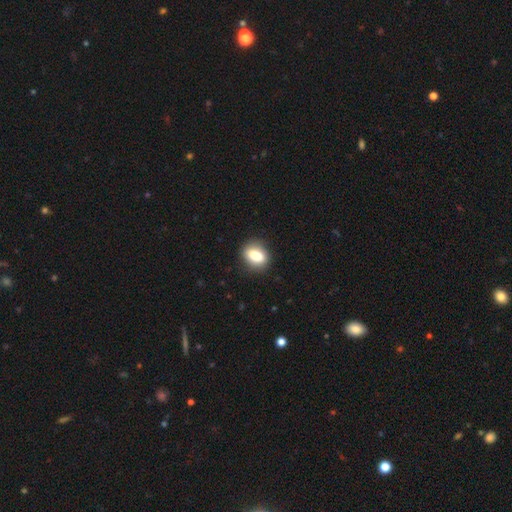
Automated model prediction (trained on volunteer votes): Morphology: type=smooth (84%); roundness=in between (73%); merging=none (84%).